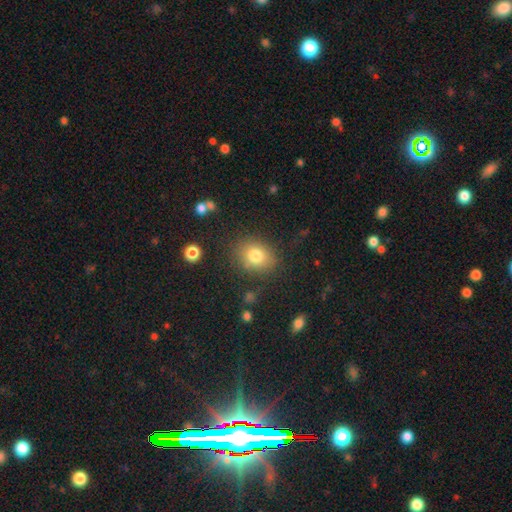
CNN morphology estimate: Smooth or featured: smooth — 79% (star or artifact — 11%)
How rounded: round — 56% (in between — 43%)
Merging: none — 81% (minor disturbance — 12%)